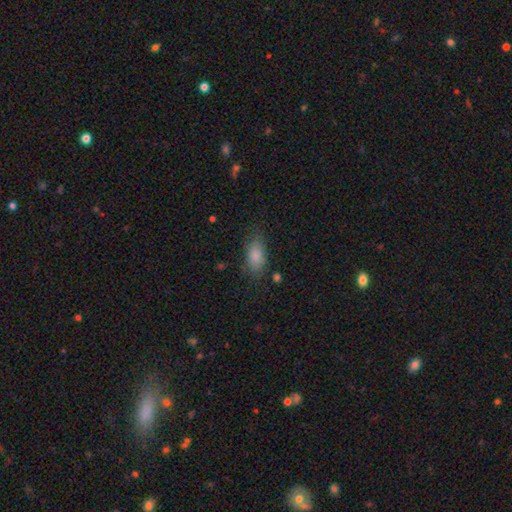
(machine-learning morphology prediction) This appears to be a smooth galaxy with no disk features (83%) that is in between round and cigar-shaped (87%). Merging: none (72%).